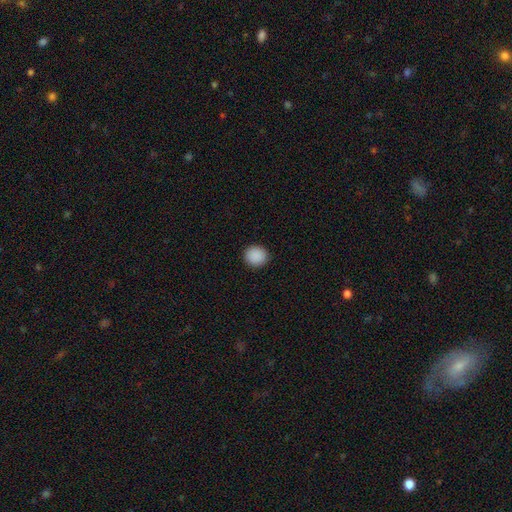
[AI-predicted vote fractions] A smooth galaxy with no disk features (90%) that is round (88%). Merging: none (92%).